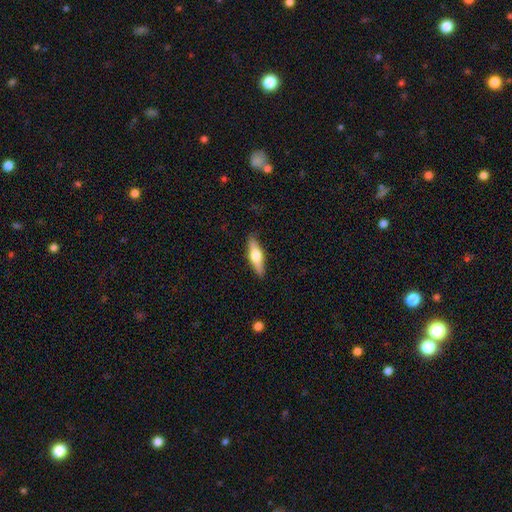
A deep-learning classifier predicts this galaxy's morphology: Q: Smooth or featured?
A: featured or disk (48%); runner-up: smooth (46%)
Q: Merging?
A: none (88%); runner-up: minor disturbance (9%)